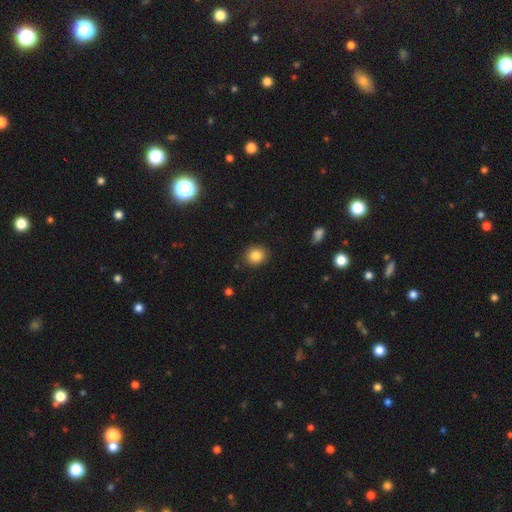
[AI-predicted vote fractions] smooth 84%, star or artifact 10%, featured or disk 6%. Down the decision tree: how rounded — round (77%); merging — none (90%).